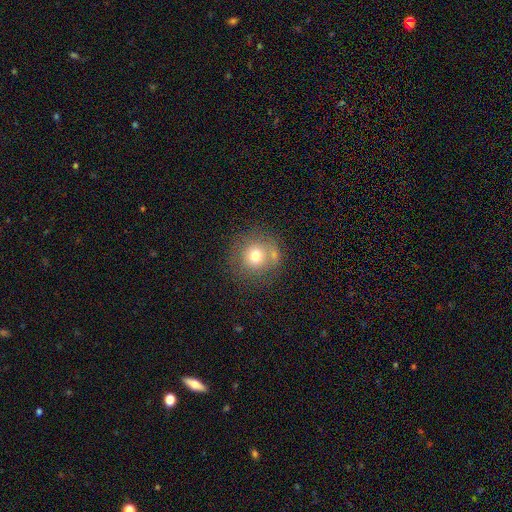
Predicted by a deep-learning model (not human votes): Smooth or featured? Predicted: smooth (p=0.71). How rounded? Predicted: round (p=0.91). Merging? Predicted: none (p=0.66).